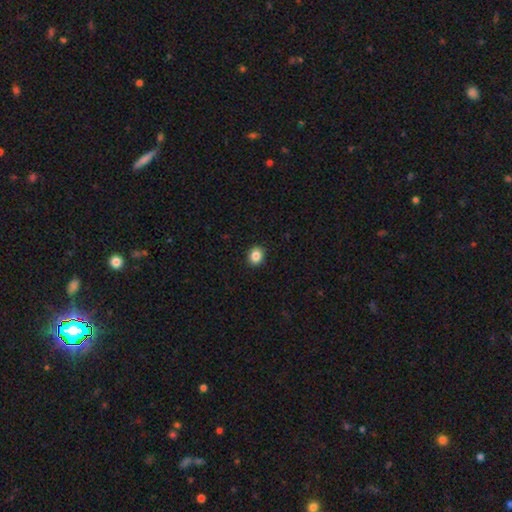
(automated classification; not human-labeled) Smooth or featured? smooth (86%)
How rounded? round (59%)
Merging? none (92%)